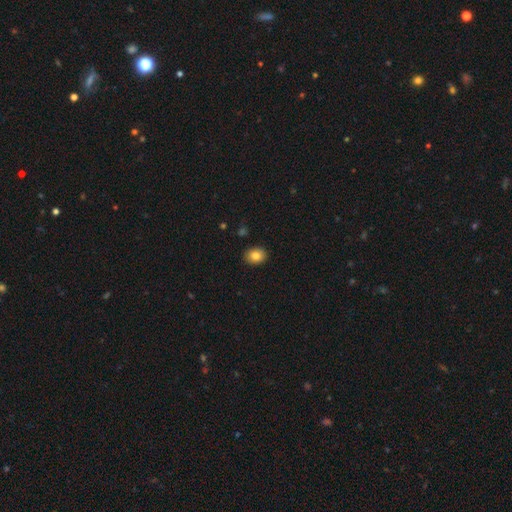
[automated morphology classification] smooth 83%, star or artifact 9%, featured or disk 8%. Down the decision tree: how rounded — in between (51%); merging — none (90%).